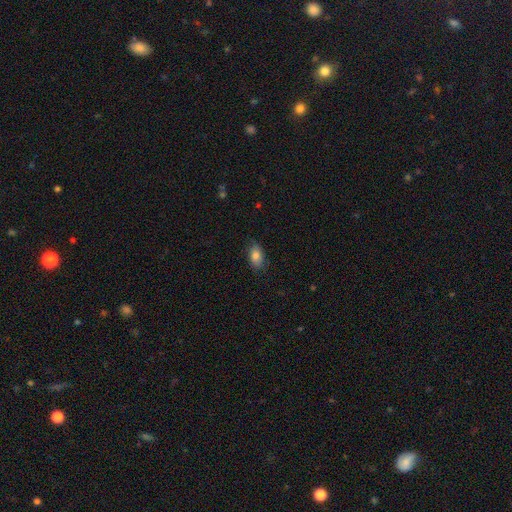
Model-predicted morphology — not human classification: smooth_or_featured: smooth (p=0.80) [alt: featured or disk p=0.12]
how_rounded: in between (p=0.91) [alt: round p=0.07]
merging: none (p=0.81) [alt: minor disturbance p=0.15]